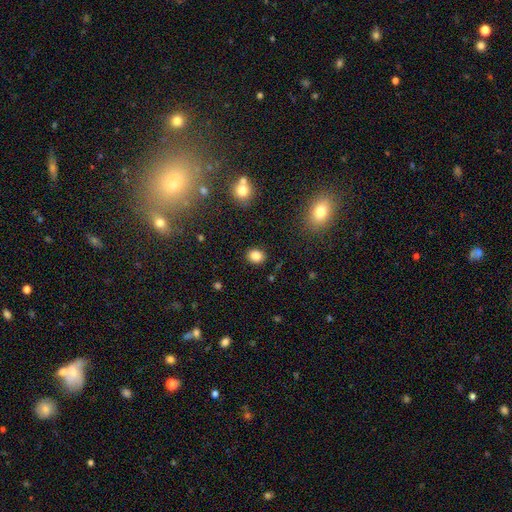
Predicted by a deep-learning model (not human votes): Q: Smooth or featured?
A: smooth (85%); runner-up: star or artifact (11%)
Q: How rounded?
A: round (61%); runner-up: in between (38%)
Q: Merging?
A: none (89%); runner-up: minor disturbance (7%)